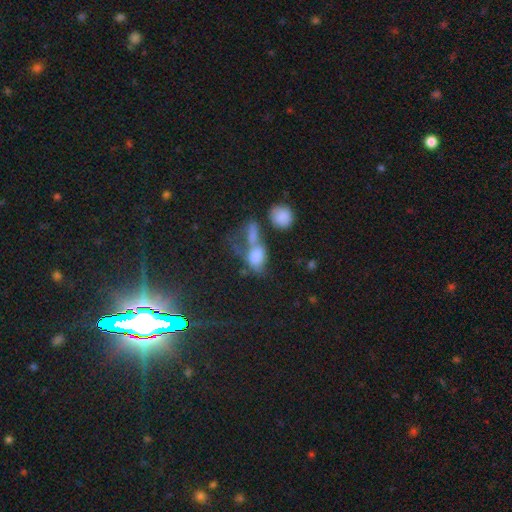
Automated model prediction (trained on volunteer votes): smooth 66%, featured or disk 21%, star or artifact 13%. Down the decision tree: how rounded — in between (81%); merging — merger (50%).